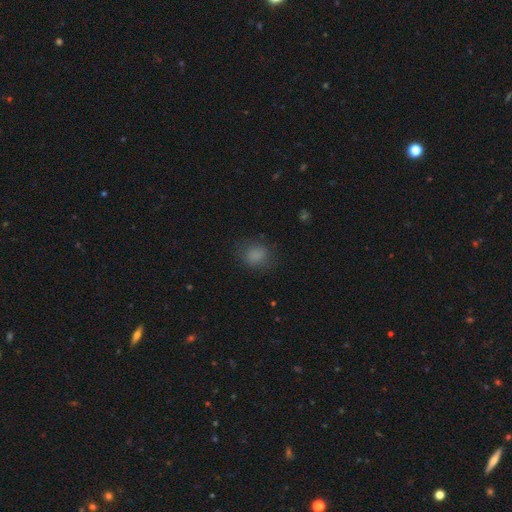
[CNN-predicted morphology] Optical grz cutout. It shows a smooth galaxy with no disk features (82%) that is round (63%). Merging: none (76%).